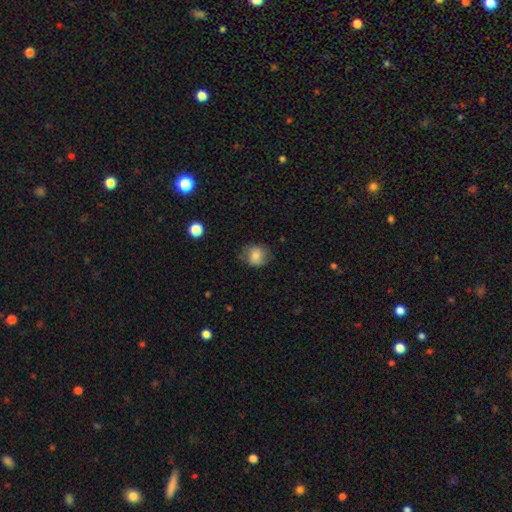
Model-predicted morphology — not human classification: smooth 80%, featured or disk 10%, star or artifact 9%. Down the decision tree: how rounded — round (76%); merging — none (74%).